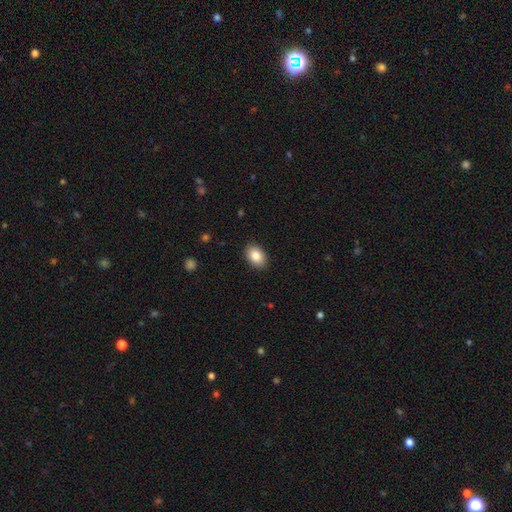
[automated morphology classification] Overall: smooth (86%). How rounded: in between (87%). Merging: none (89%).